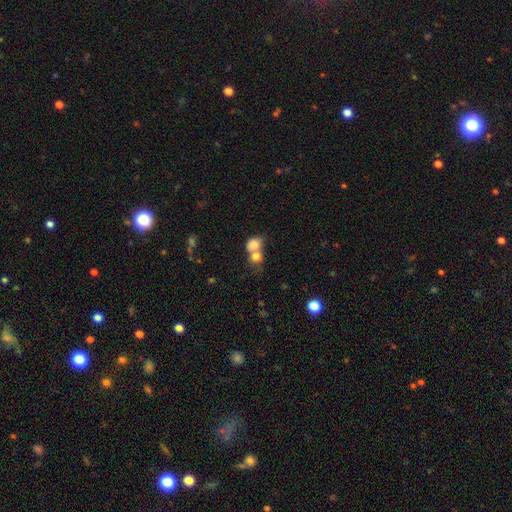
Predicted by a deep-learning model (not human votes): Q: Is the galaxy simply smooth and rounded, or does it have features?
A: smooth — 76%.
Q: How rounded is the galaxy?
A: round — 60%.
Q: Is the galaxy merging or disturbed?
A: merger — 65%.